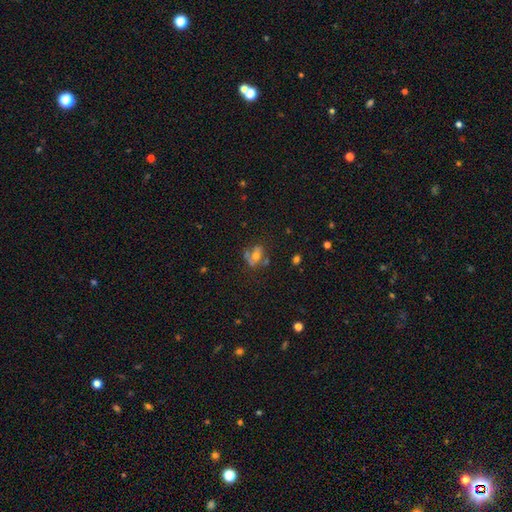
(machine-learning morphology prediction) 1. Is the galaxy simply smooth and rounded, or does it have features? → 43% featured or disk, 41% smooth, 16% star or artifact.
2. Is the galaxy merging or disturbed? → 44% none, 22% minor disturbance, 20% major disturbance, 14% merger.